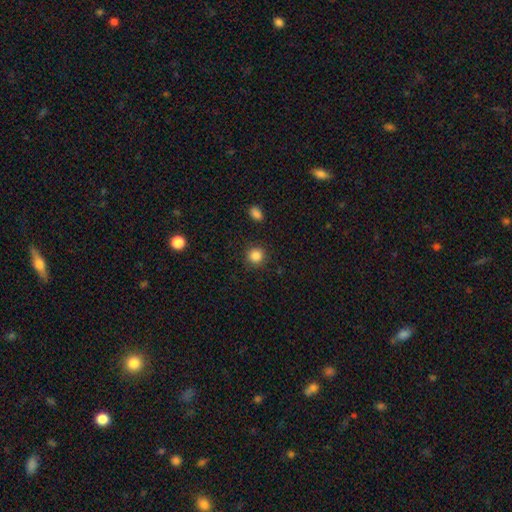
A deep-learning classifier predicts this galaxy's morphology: smooth_or_featured: smooth (p=0.86) [alt: star or artifact p=0.10]
how_rounded: round (p=0.92) [alt: in between p=0.07]
merging: none (p=0.90) [alt: minor disturbance p=0.06]